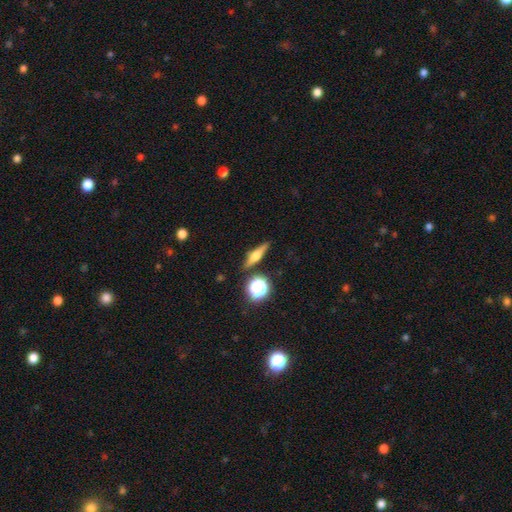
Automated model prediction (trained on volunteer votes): Smooth or featured? Predicted: featured or disk (p=0.53). Edge-on disk? Predicted: yes (p=0.94). Merging? Predicted: none (p=0.84).